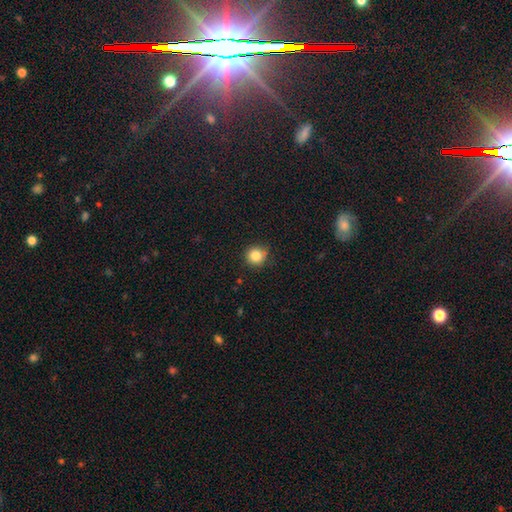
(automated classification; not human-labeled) smooth 84%, star or artifact 11%, featured or disk 5%. Down the decision tree: how rounded — round (93%); merging — none (83%).